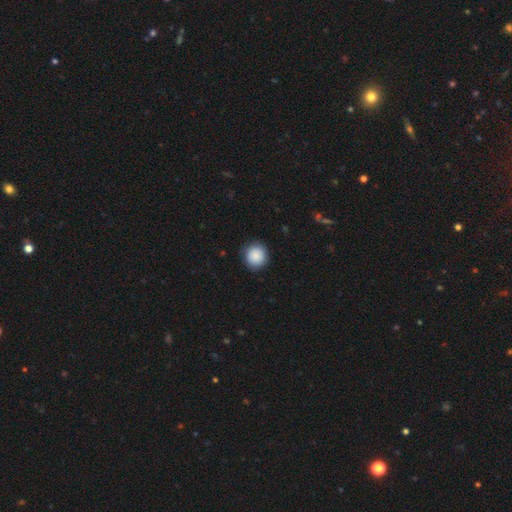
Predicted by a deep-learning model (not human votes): Morphology: type=smooth (86%); roundness=round (90%); merging=none (87%).